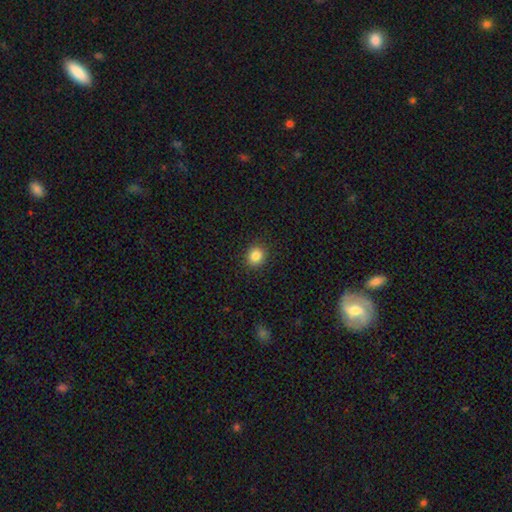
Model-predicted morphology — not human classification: type=smooth (85%); roundness=round (77%); merging=none (90%).